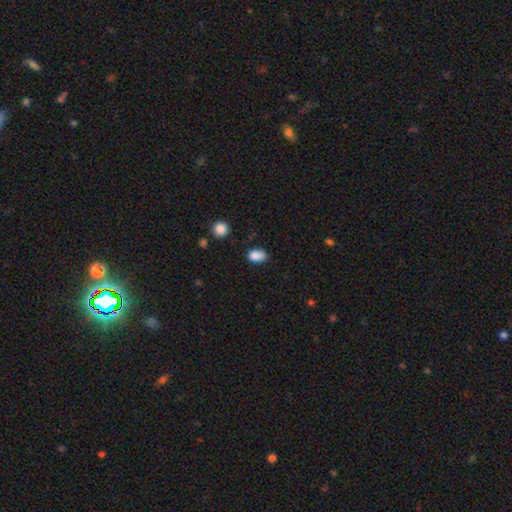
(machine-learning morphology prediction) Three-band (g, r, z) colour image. It shows a smooth galaxy with no disk features (84%) that is in between round and cigar-shaped (80%). Merging: none (63%).